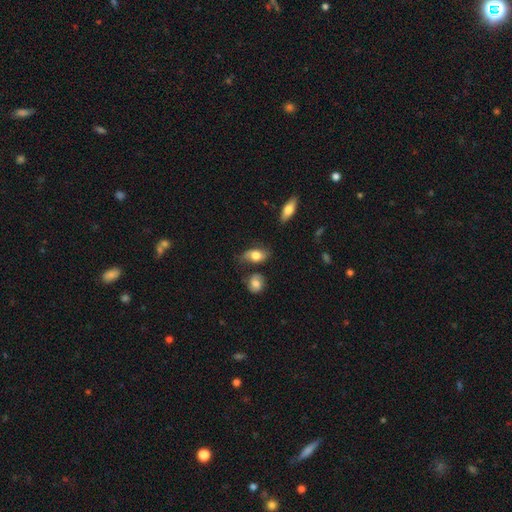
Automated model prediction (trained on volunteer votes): Q: Smooth or featured?
A: smooth (66%); runner-up: featured or disk (26%)
Q: How rounded?
A: in between (83%); runner-up: round (14%)
Q: Merging?
A: none (53%); runner-up: minor disturbance (27%)